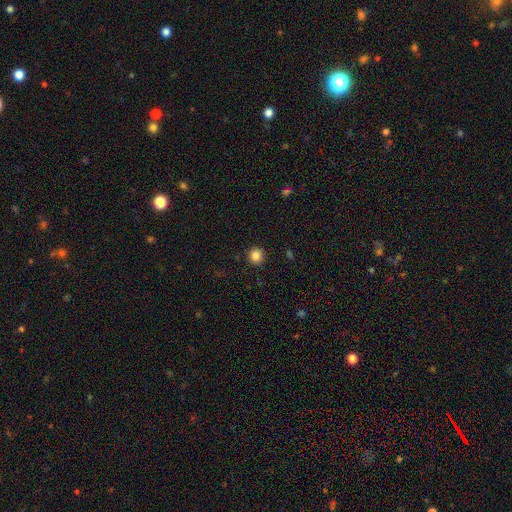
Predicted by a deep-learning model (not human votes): smooth 84%, star or artifact 11%, featured or disk 5%. Down the decision tree: how rounded — round (92%); merging — none (90%).